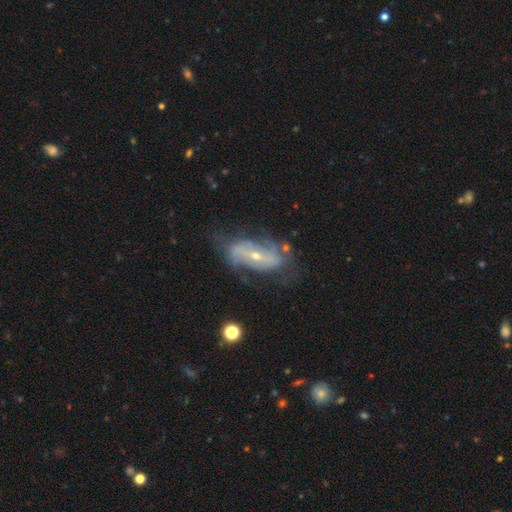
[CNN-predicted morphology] smooth_or_featured: featured or disk (p=0.80) [alt: smooth p=0.13]
disk_edge_on: no (p=0.90) [alt: yes p=0.10]
bar: strong (p=0.41) [alt: weak p=0.33]
has_spiral_arms: yes (p=0.82) [alt: no p=0.18]
spiral_winding: medium (p=0.40) [alt: loose p=0.32]
spiral_arm_count: 2 (p=0.71) [alt: can't tell p=0.19]
bulge_size: small (p=0.62) [alt: moderate p=0.35]
merging: none (p=0.58) [alt: minor disturbance p=0.24]